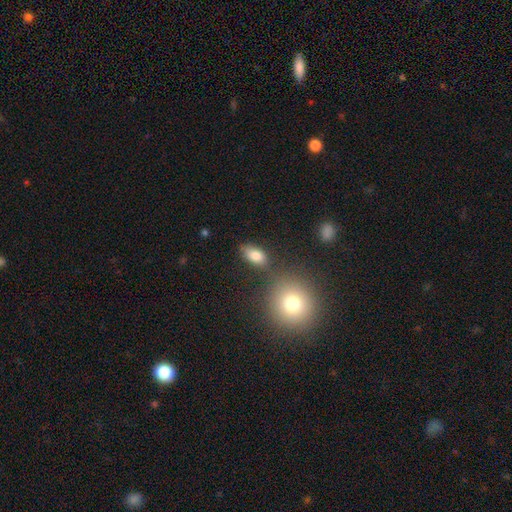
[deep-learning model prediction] A smooth galaxy with no disk features (81%) that is in between round and cigar-shaped (88%).

Vote fractions:
- Smooth or featured? smooth: 81% / star or artifact: 10% / featured or disk: 9%
- How rounded? in between: 88% / round: 9% / cigar-shaped: 3%
- Merging? none: 73% / minor disturbance: 13% / merger: 9% / major disturbance: 4%